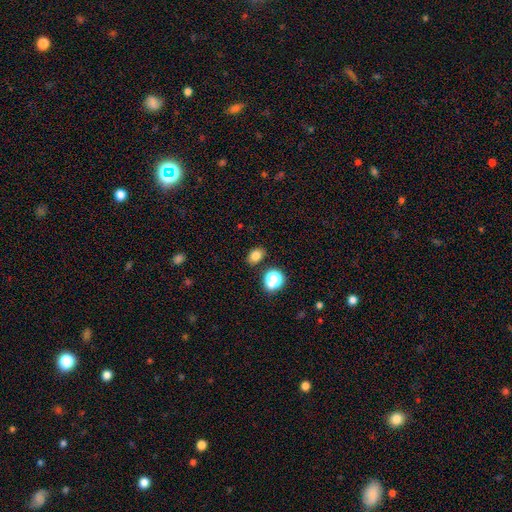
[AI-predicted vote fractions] smooth-or-featured: smooth: 79% | star or artifact: 14% | featured or disk: 6%
  how-rounded: in between: 65% | round: 34% | cigar-shaped: 1%
  merging: none: 84% | minor disturbance: 9% | merger: 4% | major disturbance: 3%